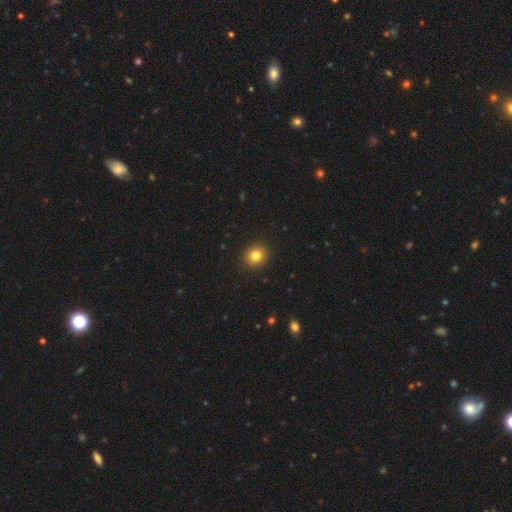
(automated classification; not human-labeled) Smooth or featured: smooth — 82% (star or artifact — 12%)
How rounded: round — 85% (in between — 14%)
Merging: none — 92% (minor disturbance — 5%)